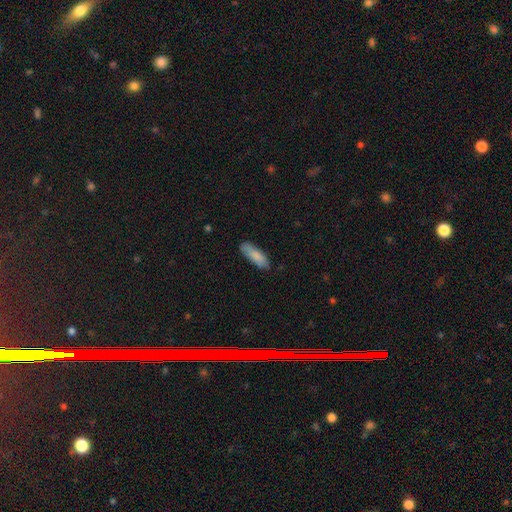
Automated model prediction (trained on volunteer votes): smooth_or_featured: smooth (p=0.84) [alt: featured or disk p=0.10]
how_rounded: in between (p=0.52) [alt: cigar-shaped p=0.46]
merging: none (p=0.79) [alt: minor disturbance p=0.16]